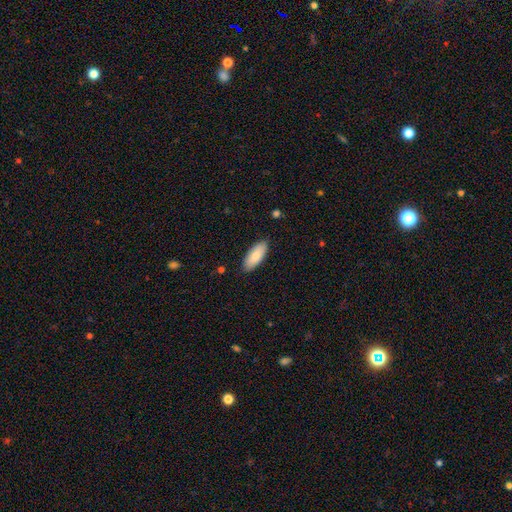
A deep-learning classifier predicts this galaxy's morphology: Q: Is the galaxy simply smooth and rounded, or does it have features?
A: smooth — 84%.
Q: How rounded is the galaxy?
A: in between — 80%.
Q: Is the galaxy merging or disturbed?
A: none — 87%.